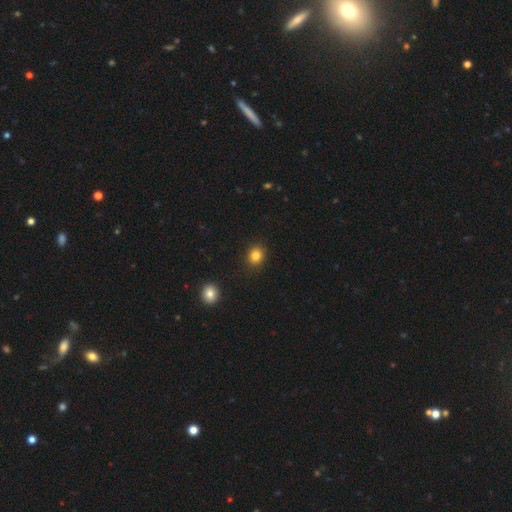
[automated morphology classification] Smooth or featured? smooth (84%)
How rounded? round (71%)
Merging? none (90%)